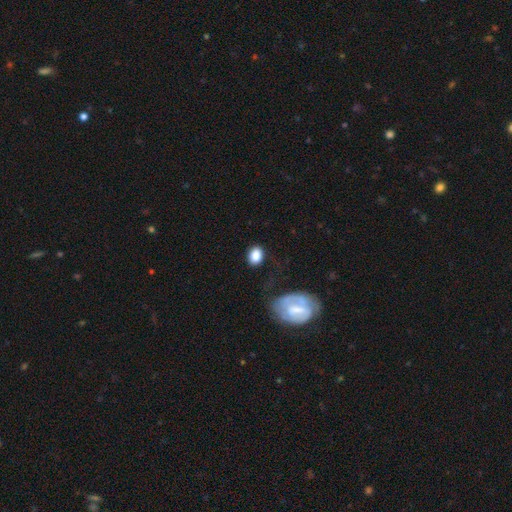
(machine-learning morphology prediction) A smooth galaxy with no disk features (83%) that is in between round and cigar-shaped (62%). Merging: none (71%).